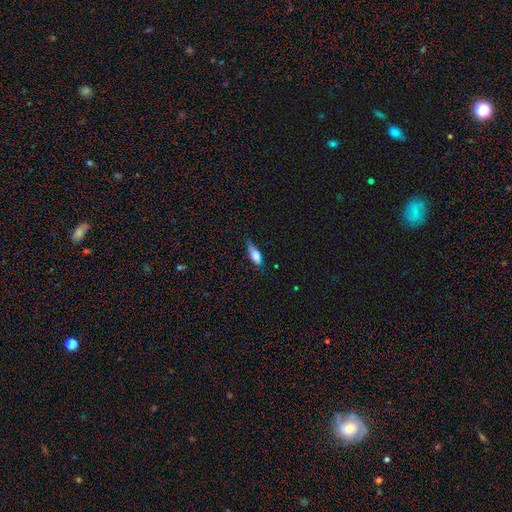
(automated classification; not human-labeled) A smooth galaxy with no disk features (76%) that is in between round and cigar-shaped (71%). Merging: none (60%).